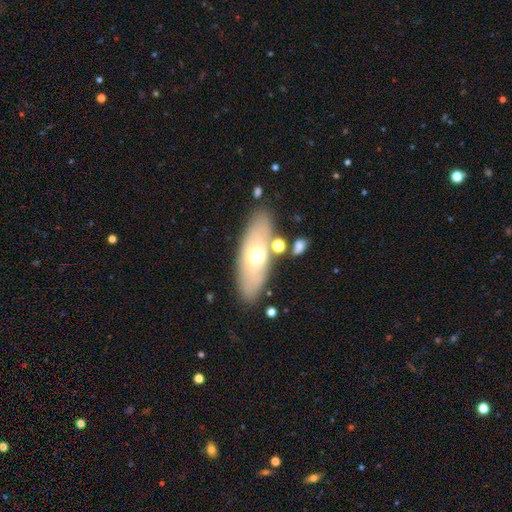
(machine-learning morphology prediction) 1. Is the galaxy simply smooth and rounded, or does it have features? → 53% smooth, 40% featured or disk, 7% star or artifact.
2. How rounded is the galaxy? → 69% in between, 27% cigar-shaped, 3% round.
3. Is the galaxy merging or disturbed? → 79% none, 12% minor disturbance, 6% merger, 3% major disturbance.